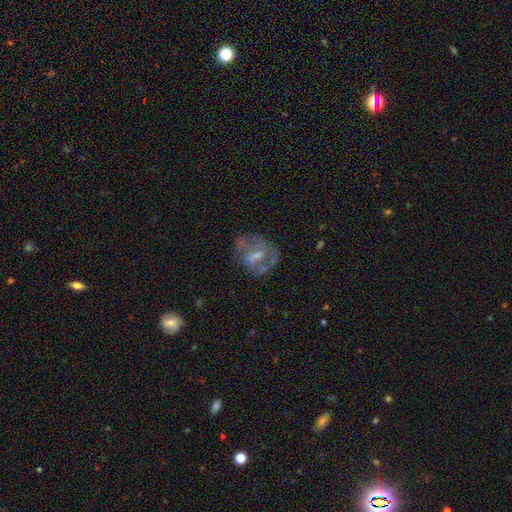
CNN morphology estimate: type=featured or disk (60%); edge-on=no (96%); bar=weak (44%); spiral arms=no (58%); bulge=small (41%); merging=none (56%).